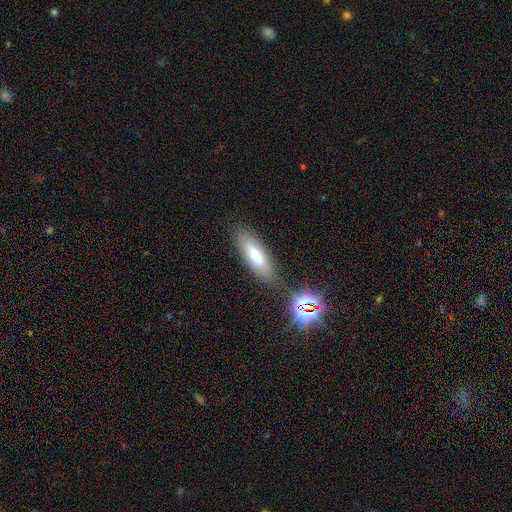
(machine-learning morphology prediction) type=smooth (69%); roundness=in between (55%); merging=none (73%).